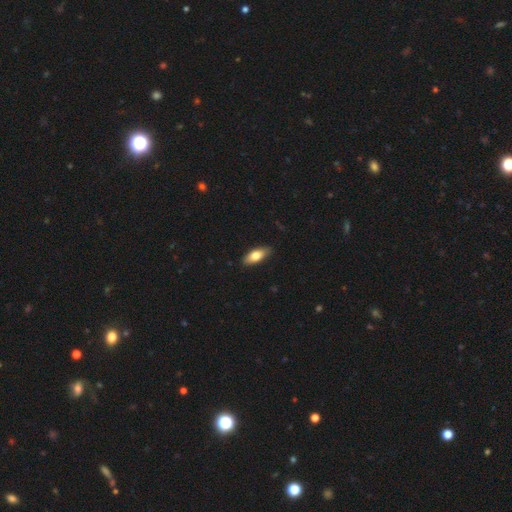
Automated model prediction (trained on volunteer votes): This appears to be a smooth galaxy with no disk features (76%) that is in between round and cigar-shaped (80%). Merging: none (87%).